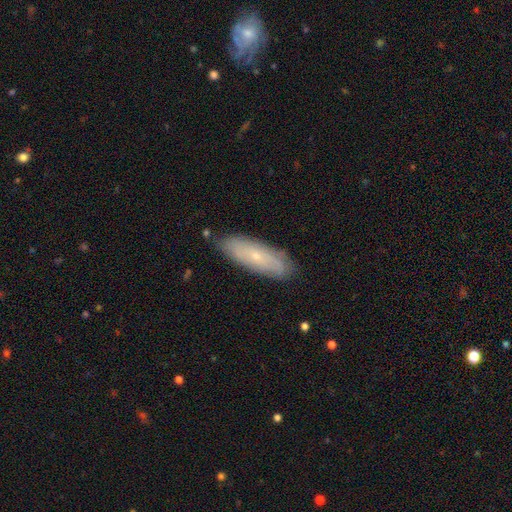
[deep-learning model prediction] The model was most divided on "smooth or featured": smooth: 49%, featured or disk: 44%, star or artifact: 7%. More confident: merging — none (83%).